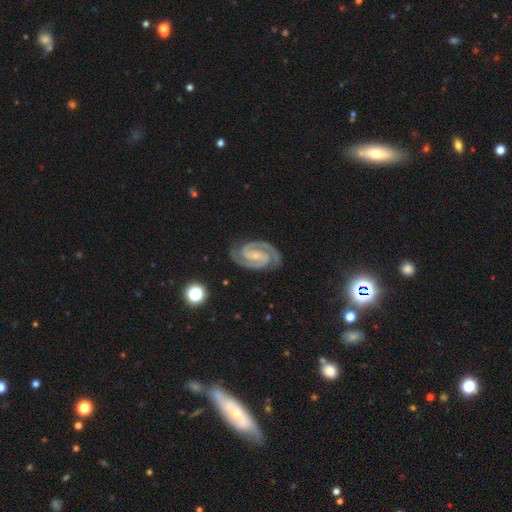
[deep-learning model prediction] smooth_or_featured: featured or disk (p=0.93) [alt: star or artifact p=0.04]
disk_edge_on: no (p=0.98) [alt: yes p=0.02]
bar: weak (p=0.41) [alt: strong p=0.31]
has_spiral_arms: yes (p=0.99) [alt: no p=0.01]
spiral_winding: tight (p=0.59) [alt: medium p=0.37]
spiral_arm_count: 2 (p=0.93) [alt: 3 p=0.02]
bulge_size: small (p=0.71) [alt: moderate p=0.15]
merging: none (p=0.85) [alt: minor disturbance p=0.11]